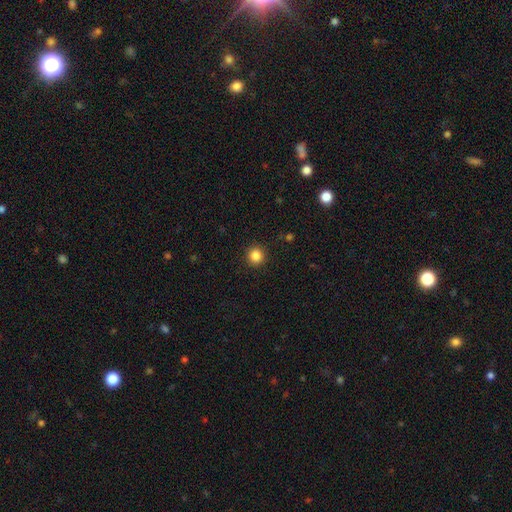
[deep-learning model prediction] A smooth galaxy with no disk features (85%) that is round (93%).

Vote fractions:
- Smooth or featured? smooth: 85% / star or artifact: 11% / featured or disk: 4%
- How rounded? round: 93% / in between: 6% / cigar-shaped: 1%
- Merging? none: 92% / minor disturbance: 5% / major disturbance: 2% / merger: 1%